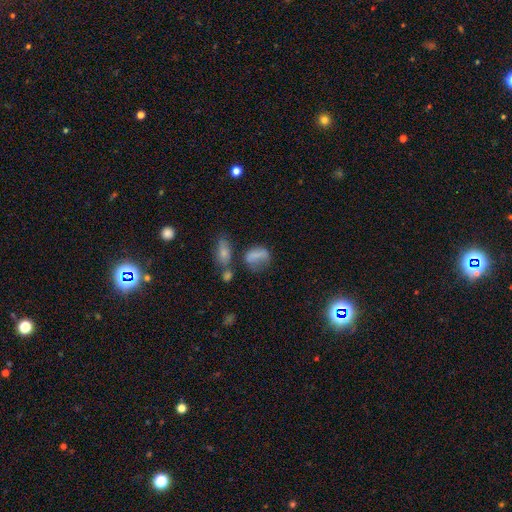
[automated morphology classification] Smooth or featured: smooth — 71% (featured or disk — 16%)
How rounded: in between — 68% (round — 25%)
Merging: none — 40% (minor disturbance — 24%)